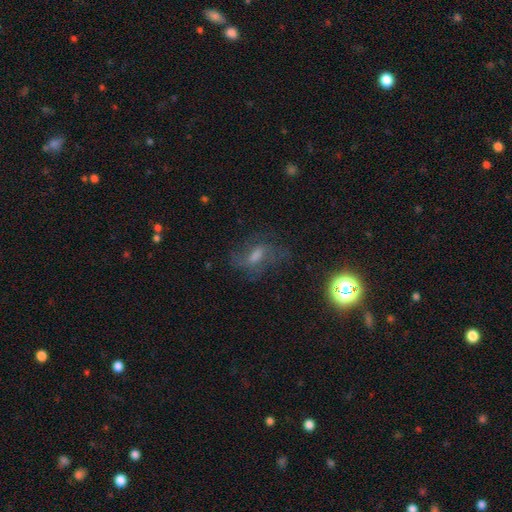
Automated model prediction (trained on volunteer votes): Smooth or featured: featured or disk — 48% (star or artifact — 28%)
Merging: none — 64% (minor disturbance — 19%)